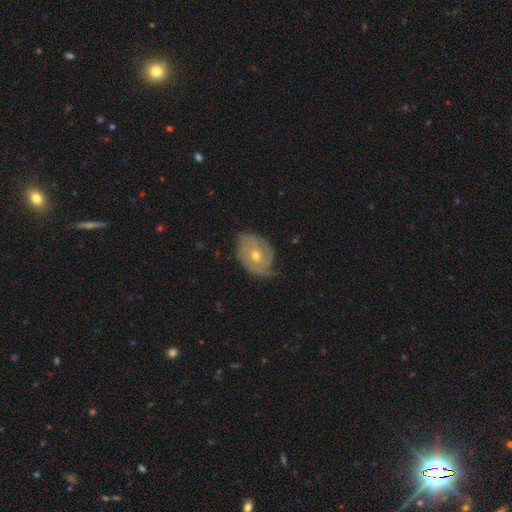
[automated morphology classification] Smooth or featured? Predicted: featured or disk (p=0.69). Edge-on disk? Predicted: no (p=0.95). Bar? Predicted: no (p=0.80). Spiral arms? Predicted: yes (p=0.83). Spiral winding? Predicted: tight (p=0.56). Spiral arm count? Predicted: can't tell (p=0.34). Bulge size? Predicted: moderate (p=0.55). Merging? Predicted: none (p=0.60).